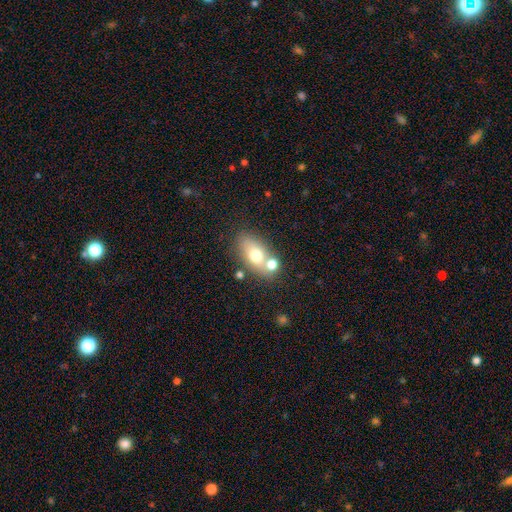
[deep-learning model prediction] smooth-or-featured: smooth: 67% | featured or disk: 23% | star or artifact: 10%
  how-rounded: in between: 80% | round: 15% | cigar-shaped: 4%
  merging: none: 54% | merger: 29% | minor disturbance: 12% | major disturbance: 5%